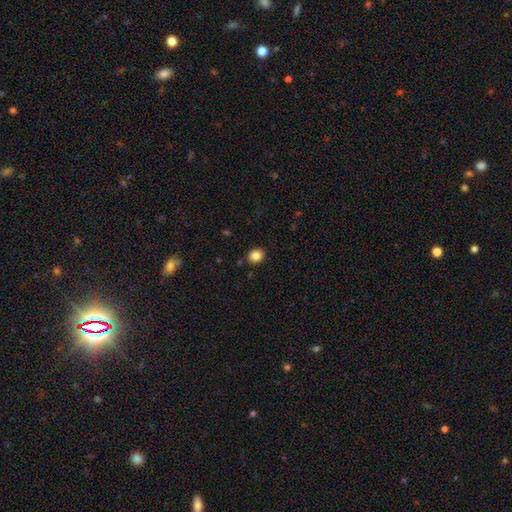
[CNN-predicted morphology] Smooth or featured: smooth — 85% (star or artifact — 10%)
How rounded: round — 68% (in between — 31%)
Merging: none — 89% (minor disturbance — 7%)